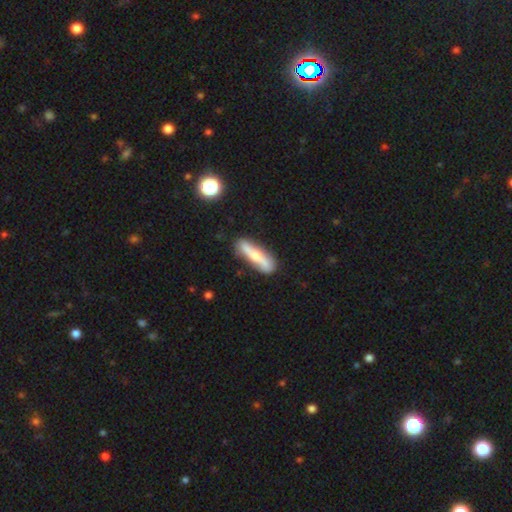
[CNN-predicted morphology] This is possibly a featured or disk galaxy (53%). It is likely viewed edge-on (62%). Merging: likely none (79%).